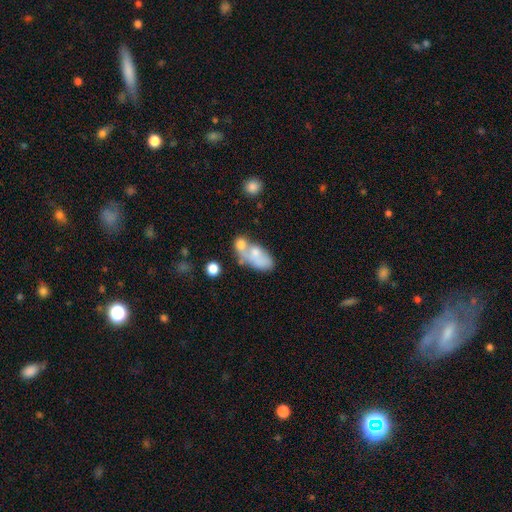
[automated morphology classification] A smooth galaxy with no disk features (58%) that is in between round and cigar-shaped (86%).

Vote fractions:
- Smooth or featured? smooth: 58% / featured or disk: 33% / star or artifact: 9%
- How rounded? in between: 86% / round: 8% / cigar-shaped: 6%
- Merging? merger: 48% / none: 22% / minor disturbance: 15% / major disturbance: 15%